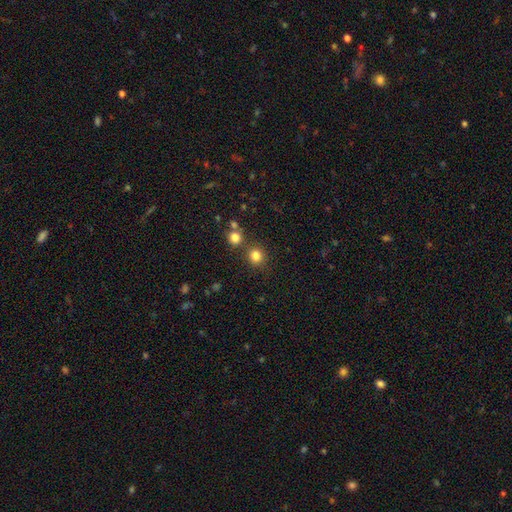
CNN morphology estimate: This appears to be a smooth galaxy with no disk features (81%) that is round (87%). Merging: none (76%).